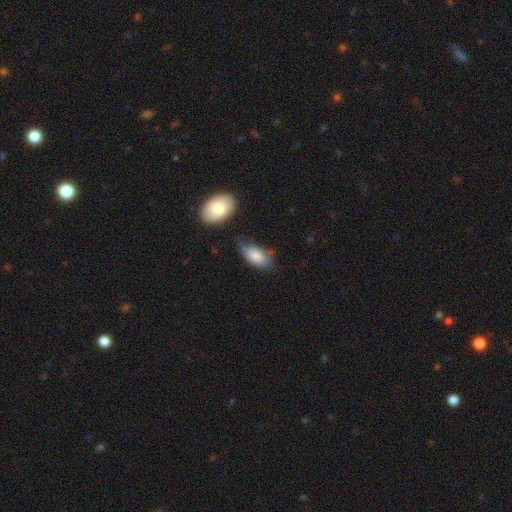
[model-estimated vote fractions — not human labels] smooth_or_featured: smooth (p=0.82) [alt: featured or disk p=0.12]
how_rounded: in between (p=0.93) [alt: round p=0.04]
merging: none (p=0.45) [alt: minor disturbance p=0.34]